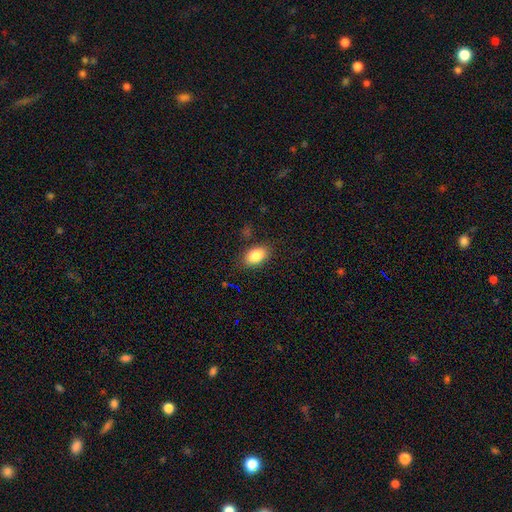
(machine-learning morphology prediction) This is clearly a smooth galaxy (85%). How rounded: clearly in between (89%). Merging: clearly none (84%).